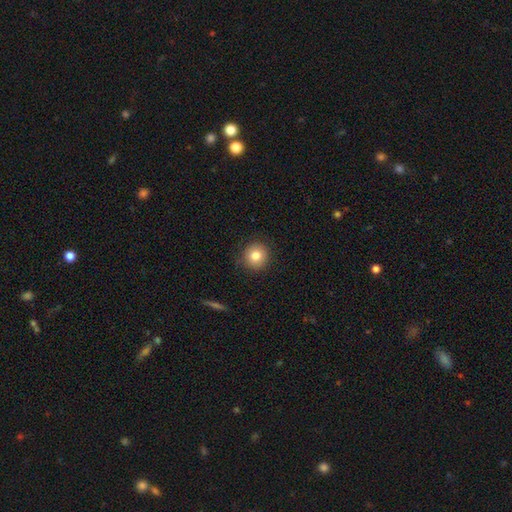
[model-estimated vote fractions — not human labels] smooth_or_featured: smooth (p=0.80) [alt: star or artifact p=0.10]
how_rounded: round (p=0.93) [alt: in between p=0.06]
merging: none (p=0.87) [alt: minor disturbance p=0.09]